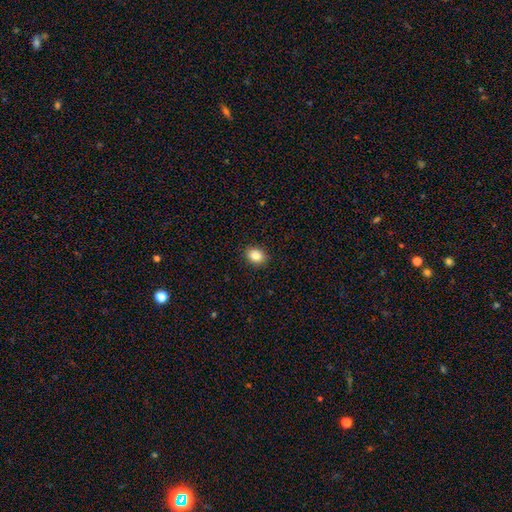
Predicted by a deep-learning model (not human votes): The model was most divided on "how rounded": in between: 62%, round: 37%, cigar-shaped: 1%. More confident: merging — none (90%); smooth or featured — smooth (86%).